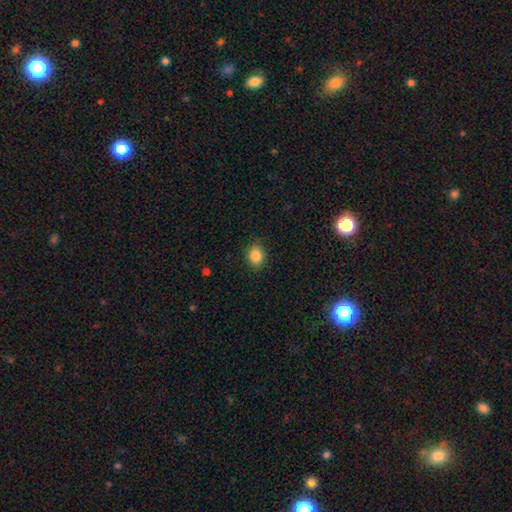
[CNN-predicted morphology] Smooth or featured?
  - smooth: 85% *
  - star or artifact: 10%
  - featured or disk: 5%
How rounded?
  - in between: 50% *
  - round: 49%
  - cigar-shaped: 1%
Merging?
  - none: 86% *
  - minor disturbance: 10%
  - major disturbance: 2%
  - merger: 1%